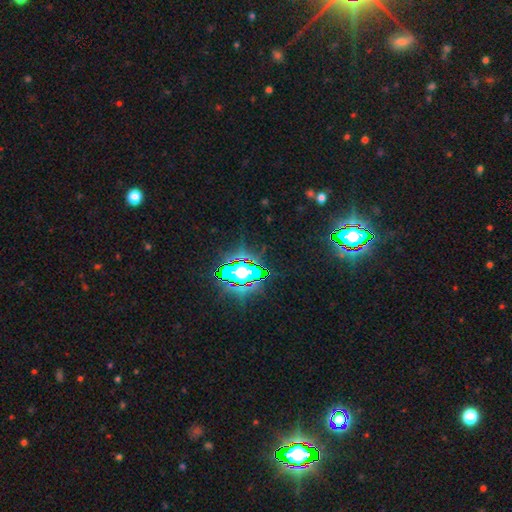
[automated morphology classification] The model was most divided on "smooth or featured": star or artifact: 84%, smooth: 9%, featured or disk: 7%.